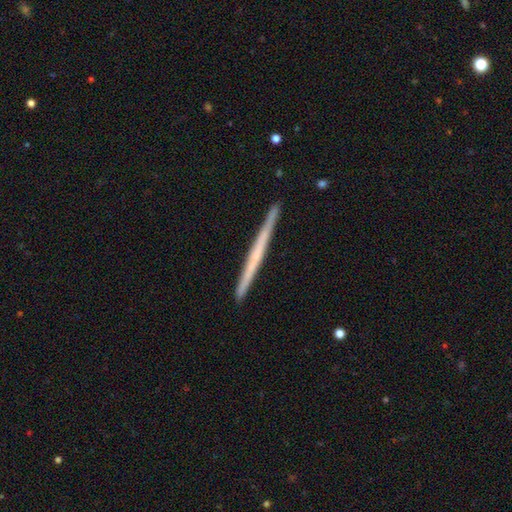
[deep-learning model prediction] featured or disk 59%, smooth 35%, star or artifact 5%. Down the decision tree: edge-on disk — yes (98%); edge-on bulge — none (81%); merging — none (92%).